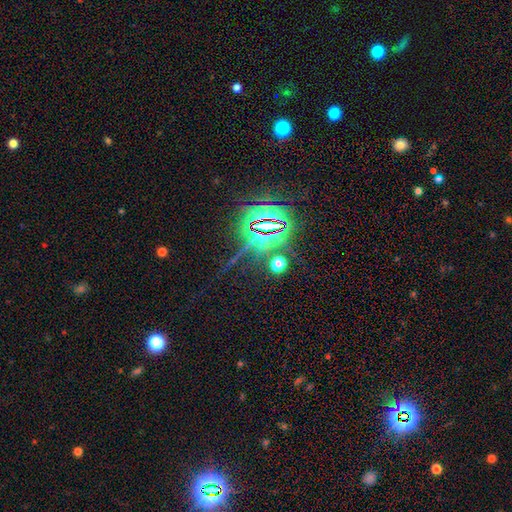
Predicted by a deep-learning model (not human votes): Smooth or featured? star or artifact (85%)